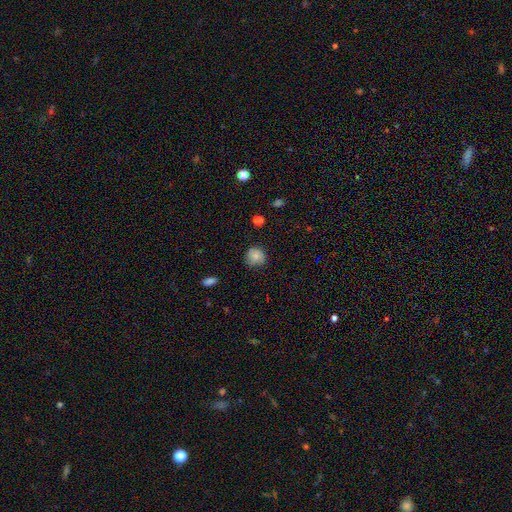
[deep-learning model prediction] This appears to be a smooth galaxy with no disk features (78%) that is round (89%). Merging: none (79%).